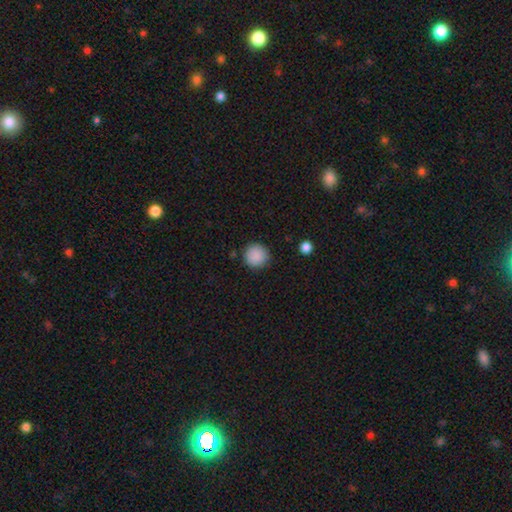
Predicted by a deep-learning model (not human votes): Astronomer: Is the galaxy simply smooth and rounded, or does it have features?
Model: smooth — 89%.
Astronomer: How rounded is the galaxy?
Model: round — 95%.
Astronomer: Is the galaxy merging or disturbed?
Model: none — 90%.